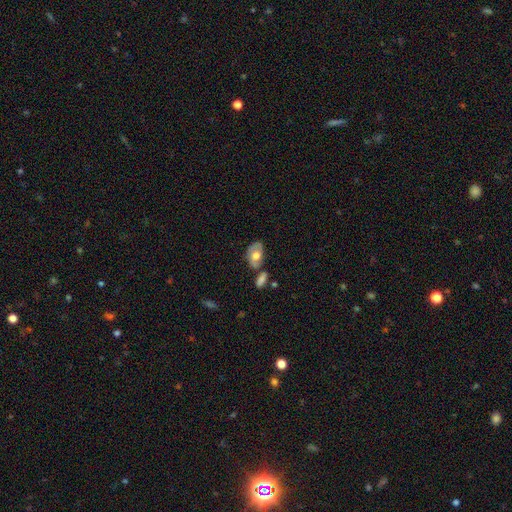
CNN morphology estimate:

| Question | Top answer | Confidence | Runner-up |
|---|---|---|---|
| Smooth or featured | smooth | 53% | featured or disk (40%) |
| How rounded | in between | 89% | round (9%) |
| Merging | none | 49% | minor disturbance (22%) |